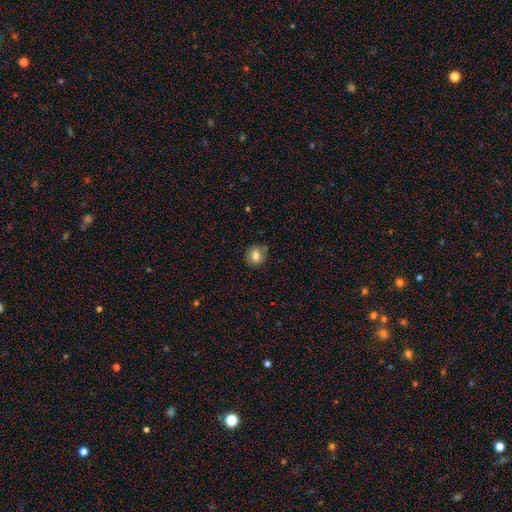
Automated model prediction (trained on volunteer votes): smooth-or-featured: smooth: 77% | featured or disk: 13% | star or artifact: 10%
  how-rounded: round: 76% | in between: 23% | cigar-shaped: 1%
  merging: none: 81% | minor disturbance: 15% | major disturbance: 3% | merger: 2%